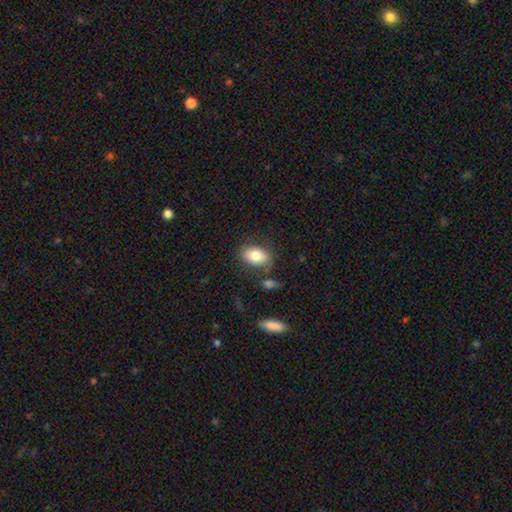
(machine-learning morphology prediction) smooth-or-featured: smooth: 80% | featured or disk: 13% | star or artifact: 7%
  how-rounded: in between: 88% | round: 11% | cigar-shaped: 1%
  merging: none: 74% | minor disturbance: 15% | merger: 6% | major disturbance: 5%